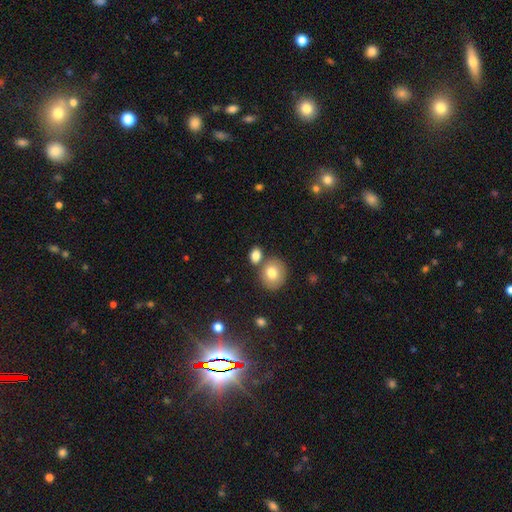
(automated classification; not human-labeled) Smooth or featured? Predicted: smooth (p=0.81). How rounded? Predicted: in between (p=0.54). Merging? Predicted: none (p=0.60).